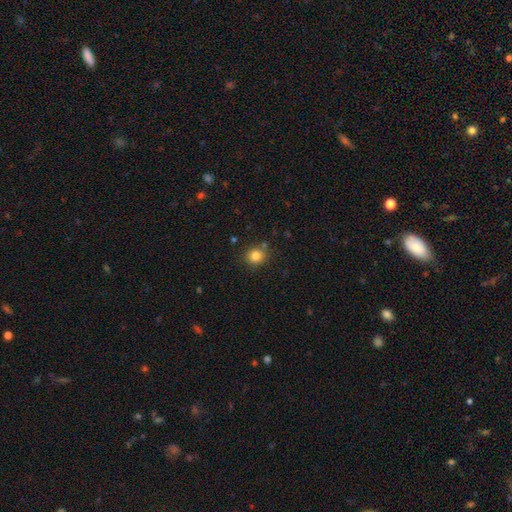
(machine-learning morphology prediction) Smooth or featured? Predicted: smooth (p=0.81). How rounded? Predicted: round (p=0.85). Merging? Predicted: none (p=0.83).